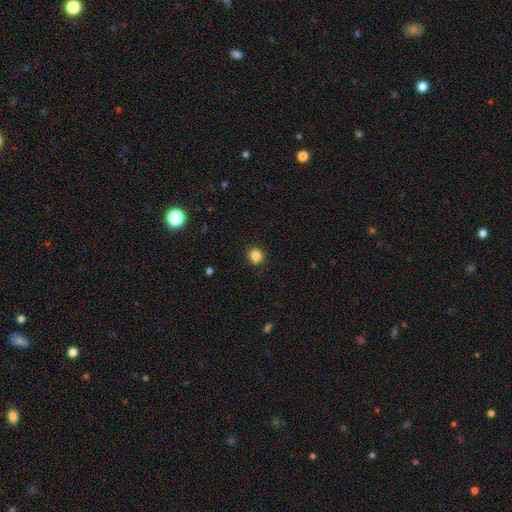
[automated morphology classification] Overall: smooth (84%). How rounded: round (83%). Merging: none (86%).